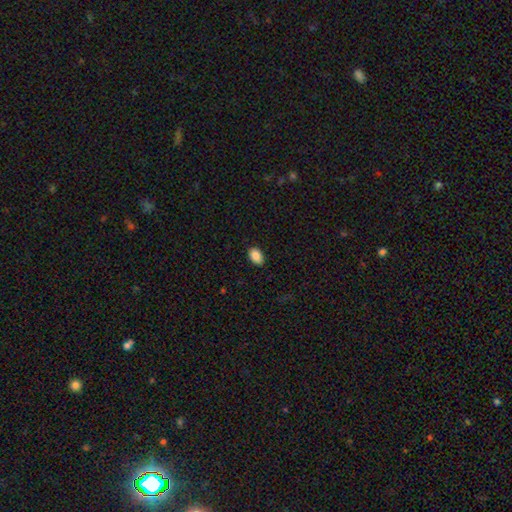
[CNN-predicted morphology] Smooth or featured? smooth (88%)
How rounded? in between (89%)
Merging? none (87%)